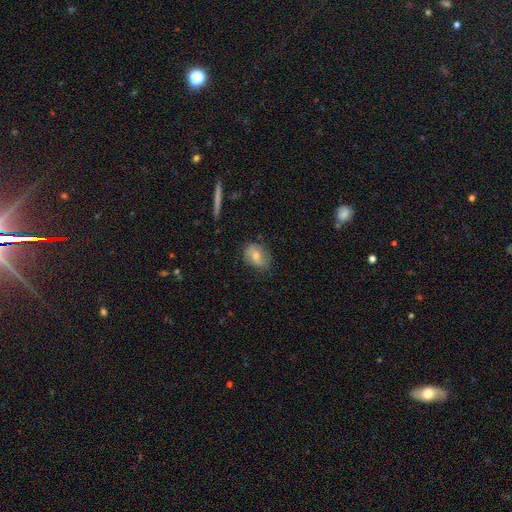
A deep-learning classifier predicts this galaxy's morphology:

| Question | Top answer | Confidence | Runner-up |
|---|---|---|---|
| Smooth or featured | smooth | 65% | featured or disk (27%) |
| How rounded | in between | 67% | round (31%) |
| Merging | none | 72% | minor disturbance (21%) |